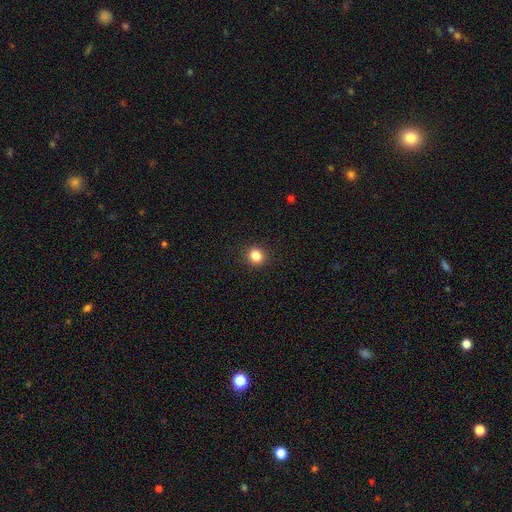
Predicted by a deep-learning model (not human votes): This appears to be a smooth galaxy with no disk features (84%) that is round (89%). Merging: none (92%).